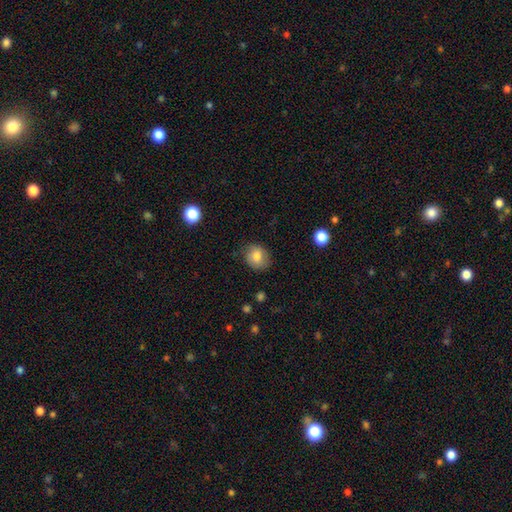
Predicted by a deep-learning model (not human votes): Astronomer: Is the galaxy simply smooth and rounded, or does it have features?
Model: smooth — 79%.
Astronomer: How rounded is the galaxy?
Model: round — 64%.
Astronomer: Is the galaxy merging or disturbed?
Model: none — 77%.